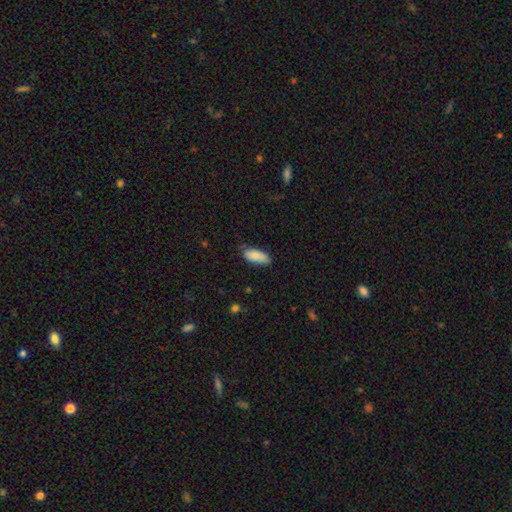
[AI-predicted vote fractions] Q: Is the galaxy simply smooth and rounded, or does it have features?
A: smooth — 85%.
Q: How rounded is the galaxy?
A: in between — 84%.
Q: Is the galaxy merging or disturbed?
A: none — 71%.